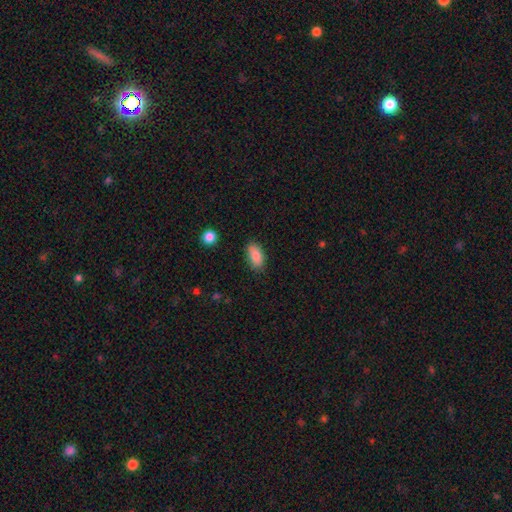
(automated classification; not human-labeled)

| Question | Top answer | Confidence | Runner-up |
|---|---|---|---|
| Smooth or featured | smooth | 86% | star or artifact (8%) |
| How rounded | in between | 90% | cigar-shaped (6%) |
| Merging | none | 82% | minor disturbance (13%) |